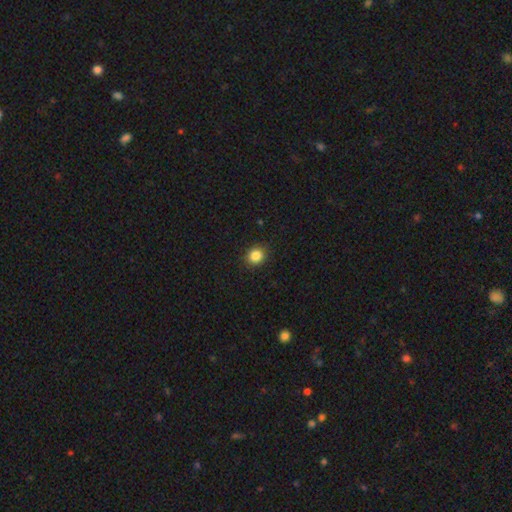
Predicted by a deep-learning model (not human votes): Morphology: type=smooth (85%); roundness=round (79%); merging=none (90%).